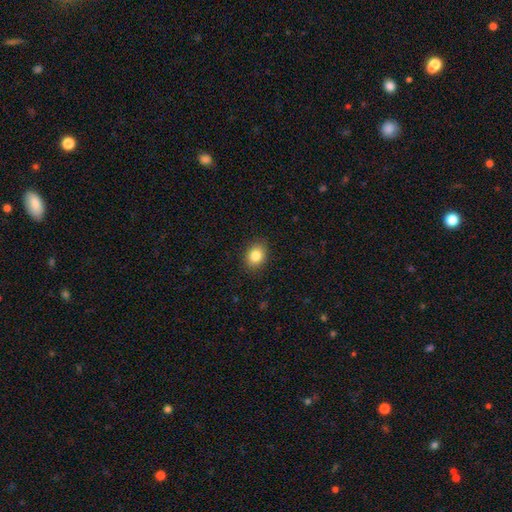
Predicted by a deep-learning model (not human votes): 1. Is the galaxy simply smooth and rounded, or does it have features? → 85% smooth, 9% star or artifact, 6% featured or disk.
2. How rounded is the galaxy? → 56% in between, 43% round, 1% cigar-shaped.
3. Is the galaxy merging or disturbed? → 88% none, 9% minor disturbance, 2% major disturbance, 1% merger.